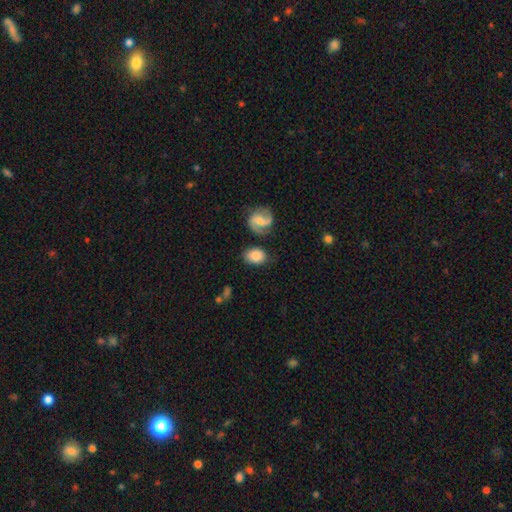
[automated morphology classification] smooth-or-featured: smooth: 74% | featured or disk: 18% | star or artifact: 7%
  how-rounded: in between: 69% | round: 30% | cigar-shaped: 1%
  merging: none: 69% | minor disturbance: 18% | merger: 7% | major disturbance: 7%